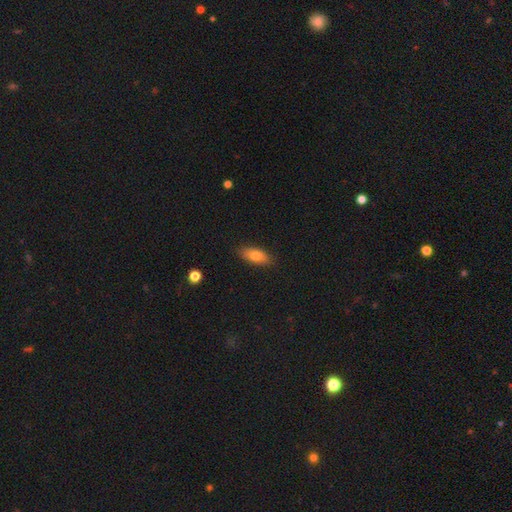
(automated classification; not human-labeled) Smooth or featured? smooth (76%)
How rounded? in between (86%)
Merging? none (84%)